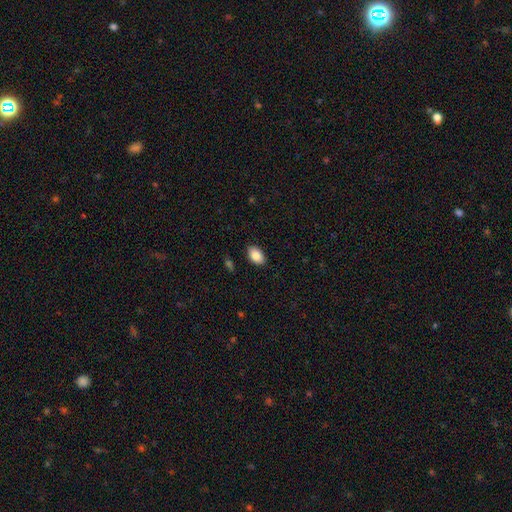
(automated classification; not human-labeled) Q: Smooth or featured?
A: smooth (86%); runner-up: star or artifact (7%)
Q: How rounded?
A: in between (92%); runner-up: round (7%)
Q: Merging?
A: none (88%); runner-up: minor disturbance (9%)